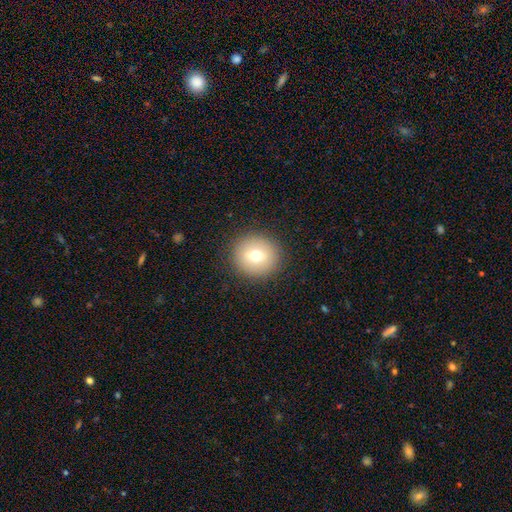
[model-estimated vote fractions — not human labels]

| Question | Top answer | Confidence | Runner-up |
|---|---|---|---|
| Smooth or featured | smooth | 70% | featured or disk (18%) |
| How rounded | round | 91% | in between (8%) |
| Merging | none | 90% | minor disturbance (6%) |